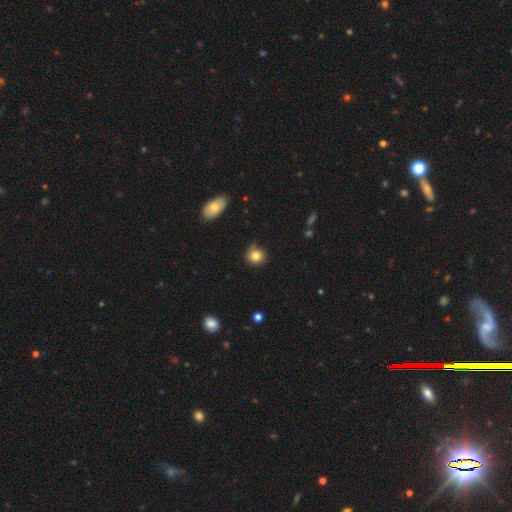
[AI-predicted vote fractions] smooth-or-featured: smooth: 82% | star or artifact: 10% | featured or disk: 7%
  how-rounded: round: 88% | in between: 11% | cigar-shaped: 1%
  merging: none: 74% | minor disturbance: 19% | major disturbance: 4% | merger: 3%